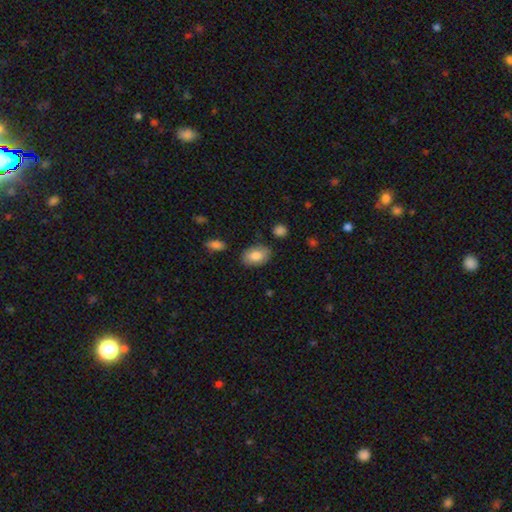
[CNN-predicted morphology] A smooth galaxy with no disk features (79%) that is in between round and cigar-shaped (87%). Merging: none (82%).